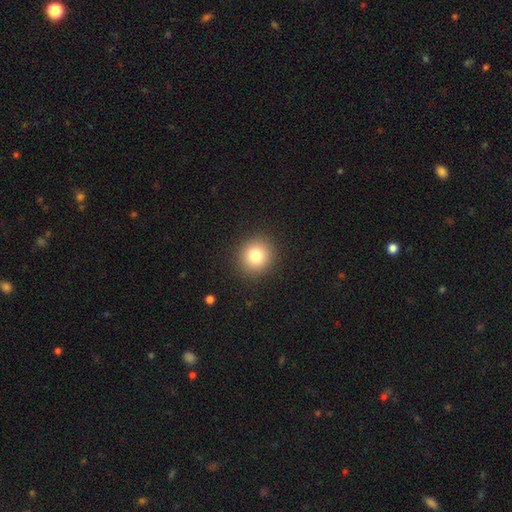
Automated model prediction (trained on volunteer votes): Smooth or featured?
  - smooth: 80% *
  - star or artifact: 11%
  - featured or disk: 9%
How rounded?
  - round: 90% *
  - in between: 9%
  - cigar-shaped: 1%
Merging?
  - none: 91% *
  - minor disturbance: 6%
  - major disturbance: 2%
  - merger: 1%